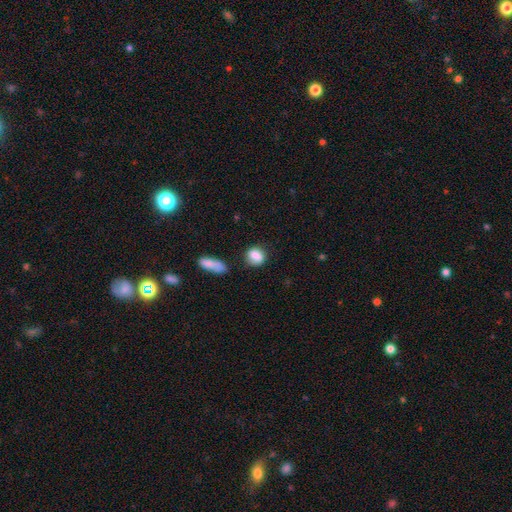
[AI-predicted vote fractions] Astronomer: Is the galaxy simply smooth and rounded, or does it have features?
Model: smooth — 84%.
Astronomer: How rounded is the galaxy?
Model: round — 53% (runner-up: in between, 44%).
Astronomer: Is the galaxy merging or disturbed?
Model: none — 68%.